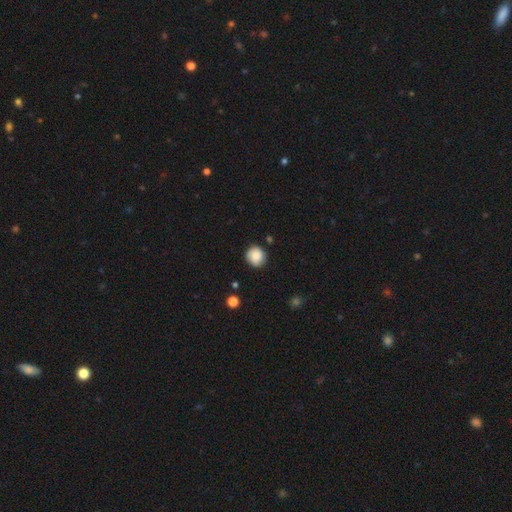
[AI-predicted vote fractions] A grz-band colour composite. It shows a smooth galaxy with no disk features (83%) that is round (88%). Merging: none (83%).